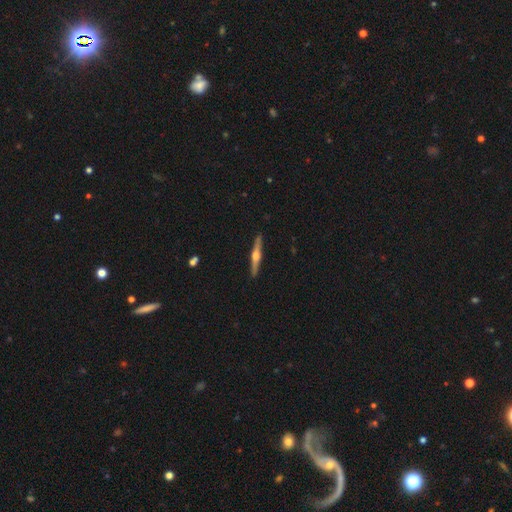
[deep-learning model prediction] Morphology: type=featured or disk (76%); edge-on=yes (98%); edge-on bulge=rounded (94%); merging=none (92%).